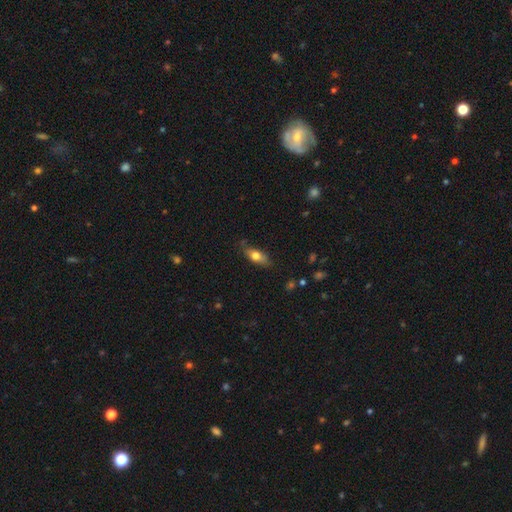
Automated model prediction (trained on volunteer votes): Smooth or featured? Predicted: smooth (p=0.68). How rounded? Predicted: in between (p=0.71). Merging? Predicted: none (p=0.75).